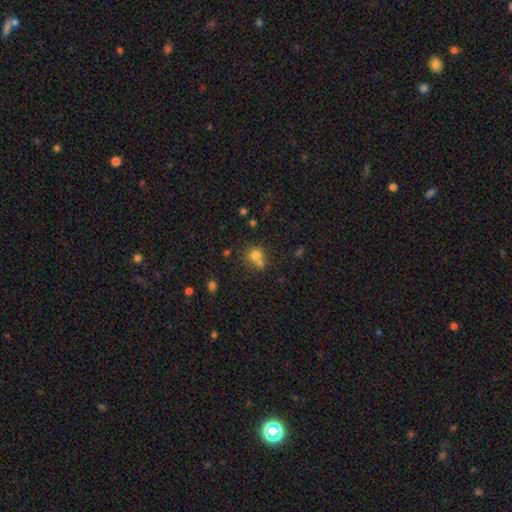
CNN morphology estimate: Overall: smooth (74%). How rounded: round (82%). Merging: none (44%; merger 42%).